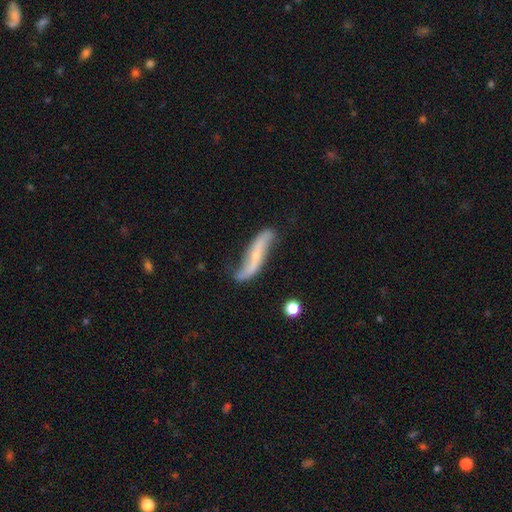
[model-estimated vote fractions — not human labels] featured or disk 78%, smooth 16%, star or artifact 6%. Down the decision tree: edge-on disk — no (76%); bar — no (43%); spiral arms — yes (90%); spiral arm count — 2 (90%); spiral winding — loose (87%); bulge size — small (71%); merging — none (62%).